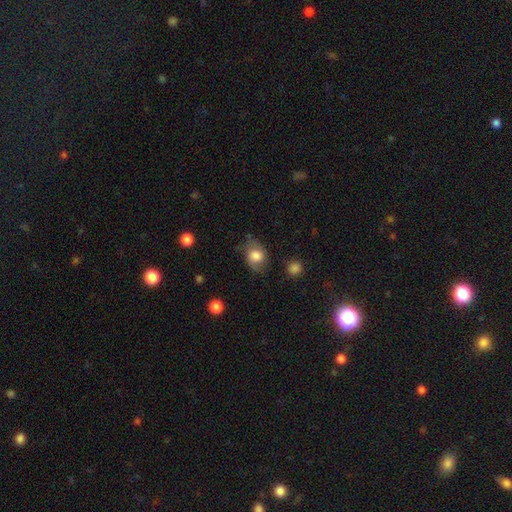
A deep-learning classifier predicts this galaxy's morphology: Q: Smooth or featured?
A: smooth (70%); runner-up: featured or disk (22%)
Q: How rounded?
A: in between (59%); runner-up: round (40%)
Q: Merging?
A: none (64%); runner-up: minor disturbance (25%)